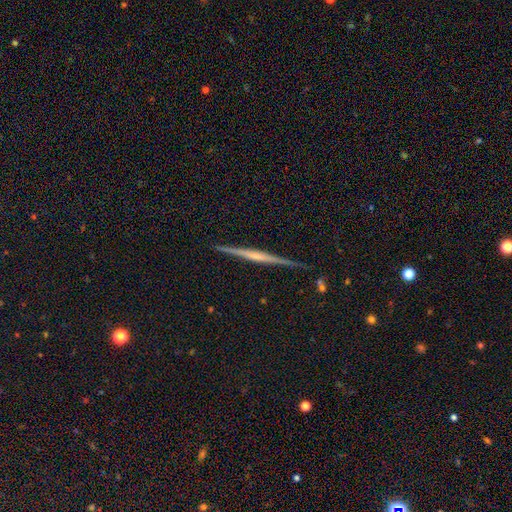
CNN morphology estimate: Smooth or featured?
  - featured or disk: 72% *
  - smooth: 17%
  - star or artifact: 11%
Edge-on disk?
  - yes: 98% *
  - no: 2%
Edge-on bulge?
  - none: 44% *
  - rounded: 40%
  - boxy: 16%
Merging?
  - none: 90% *
  - minor disturbance: 7%
  - major disturbance: 2%
  - merger: 1%